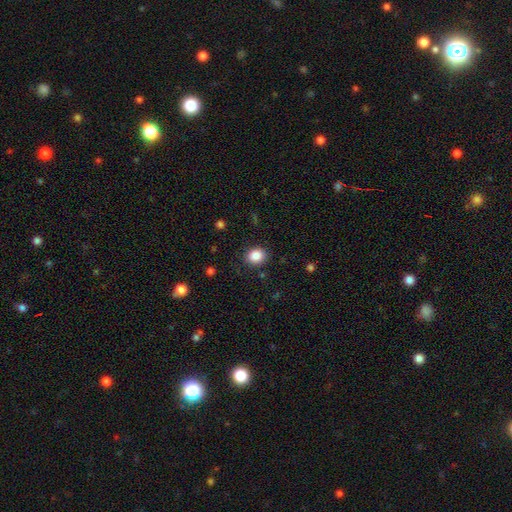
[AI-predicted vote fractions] A smooth galaxy with no disk features (86%) that is round (62%). Merging: none (87%).